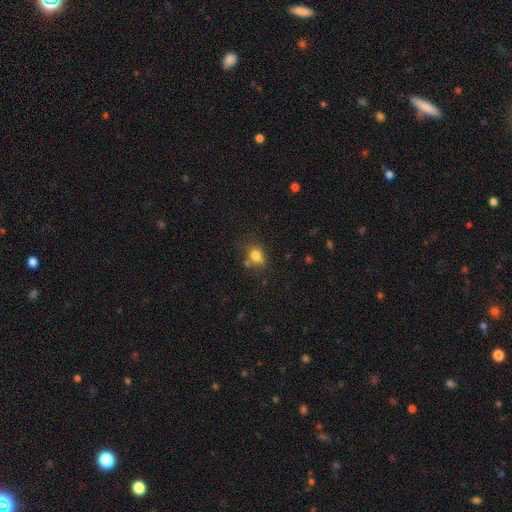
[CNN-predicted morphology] This is likely a smooth galaxy (78%). How rounded: possibly round (57%). Merging: possibly none (56%).